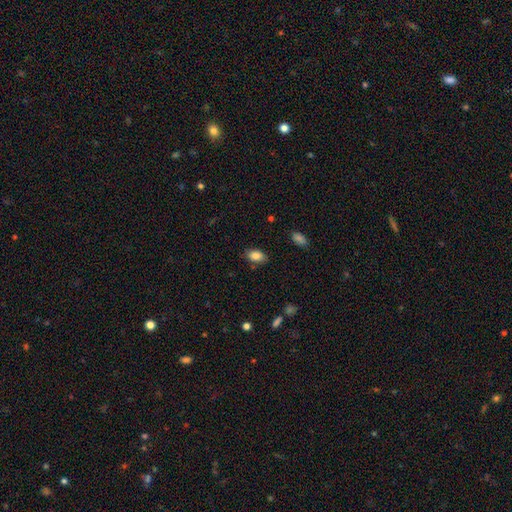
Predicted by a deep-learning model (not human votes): Smooth or featured?
  - smooth: 85% *
  - star or artifact: 8%
  - featured or disk: 7%
How rounded?
  - in between: 91% *
  - round: 7%
  - cigar-shaped: 2%
Merging?
  - none: 82% *
  - minor disturbance: 13%
  - major disturbance: 3%
  - merger: 2%